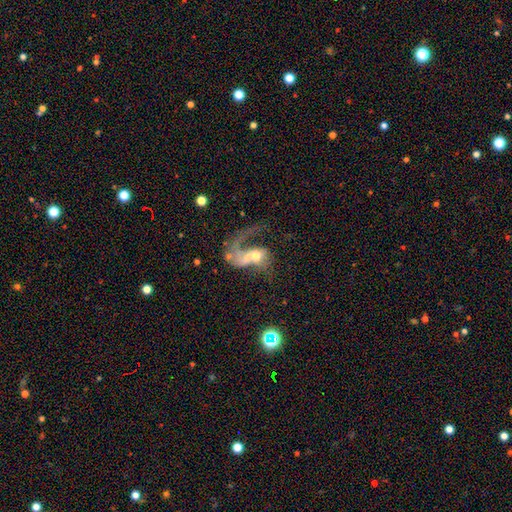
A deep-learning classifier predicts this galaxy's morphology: Overall: featured or disk (70%). Edge-on disk: no (97%). Bar: no (60%; weak 30%). Spiral arms: yes (78%). Spiral arm count: 1 (68%). Spiral winding: loose (73%). Bulge size: moderate (55%; small 26%). Merging: merger (38%; major disturbance 35%).